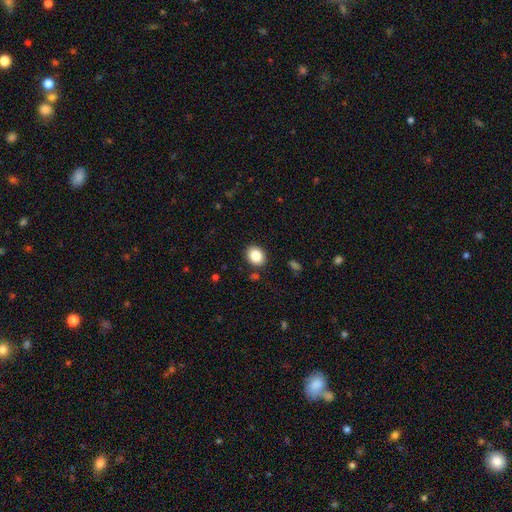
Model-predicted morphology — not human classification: Q: Smooth or featured?
A: smooth (85%); runner-up: star or artifact (9%)
Q: How rounded?
A: round (53%); runner-up: in between (46%)
Q: Merging?
A: none (88%); runner-up: minor disturbance (8%)